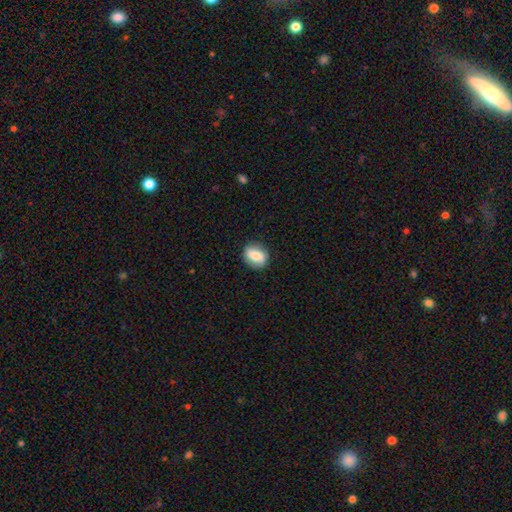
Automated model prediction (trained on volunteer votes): This appears to be a smooth galaxy with no disk features (73%) that is in between round and cigar-shaped (57%). Merging: none (83%).